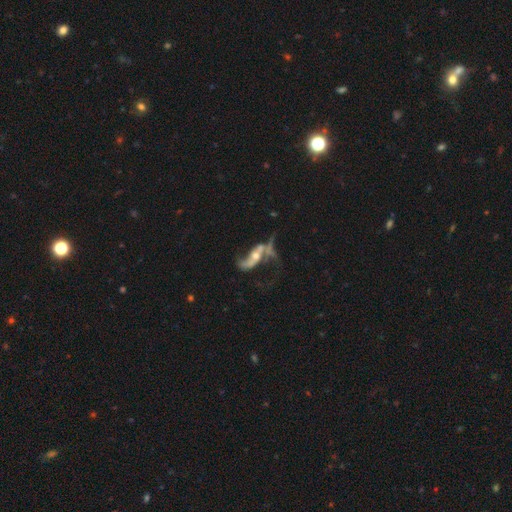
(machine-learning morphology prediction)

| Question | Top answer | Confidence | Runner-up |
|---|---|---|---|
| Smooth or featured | featured or disk | 75% | smooth (16%) |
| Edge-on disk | no | 85% | yes (15%) |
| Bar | no | 59% | weak (25%) |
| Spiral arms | yes | 74% | no (26%) |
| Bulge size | moderate | 53% | small (36%) |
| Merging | major disturbance | 30% | tied: merger (30%) |